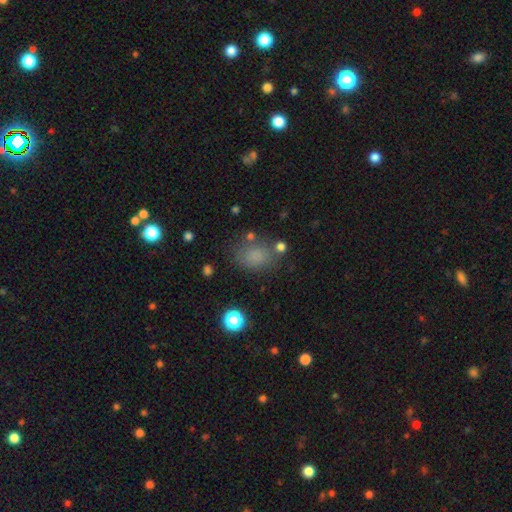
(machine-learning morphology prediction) Smooth or featured? Predicted: smooth (p=0.77). How rounded? Predicted: in between (p=0.66). Merging? Predicted: none (p=0.70).